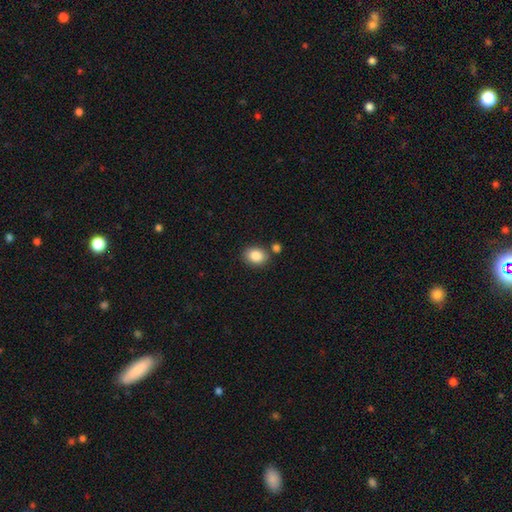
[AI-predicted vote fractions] smooth 86%, star or artifact 8%, featured or disk 6%. Down the decision tree: how rounded — in between (59%); merging — none (77%).